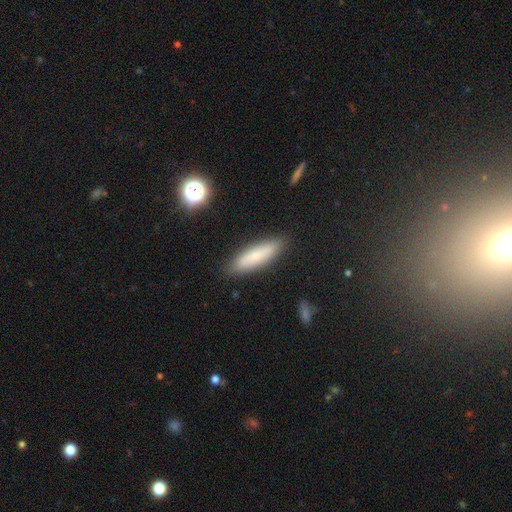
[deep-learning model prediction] This is likely a smooth galaxy (75%). How rounded: likely cigar-shaped (68%). Merging: clearly none (87%).